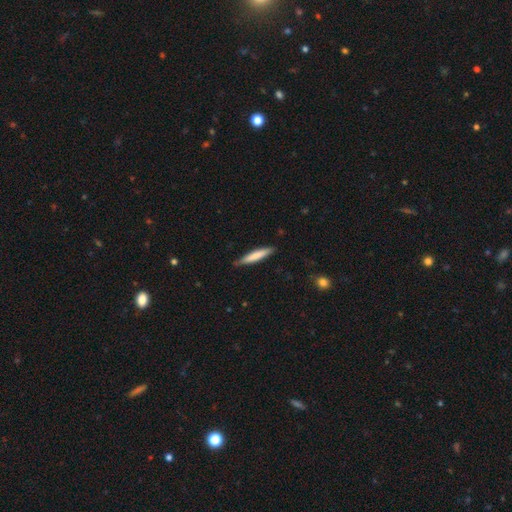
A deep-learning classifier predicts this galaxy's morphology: Smooth or featured: smooth — 74% (featured or disk — 21%)
How rounded: cigar-shaped — 92% (in between — 7%)
Merging: none — 84% (minor disturbance — 13%)